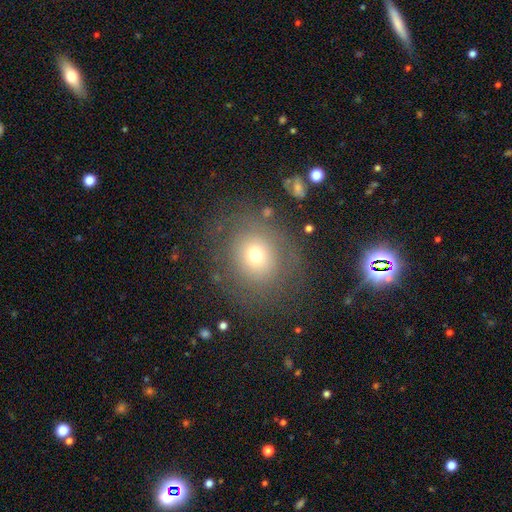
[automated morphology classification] smooth 61%, featured or disk 23%, star or artifact 16%. Down the decision tree: how rounded — round (80%); merging — none (74%).